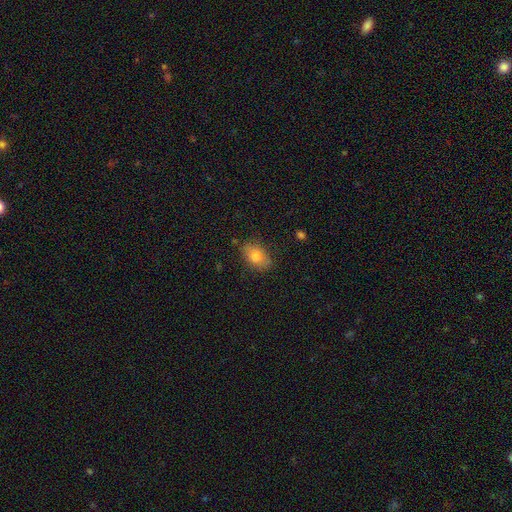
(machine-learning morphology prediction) smooth 79%, featured or disk 13%, star or artifact 8%. Down the decision tree: how rounded — in between (85%); merging — none (78%).